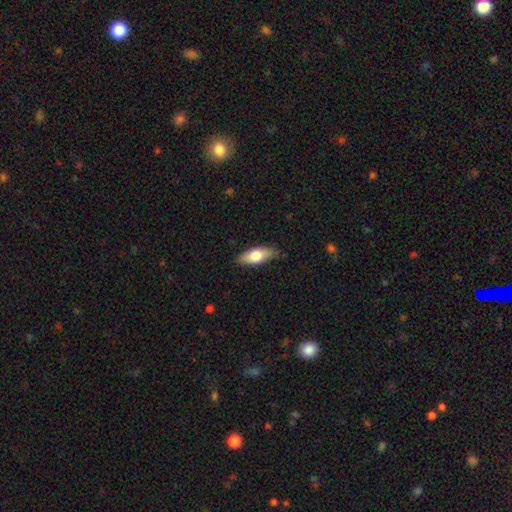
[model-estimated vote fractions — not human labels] This appears to be a smooth galaxy with no disk features (68%) that is in between round and cigar-shaped (75%). Merging: none (81%).